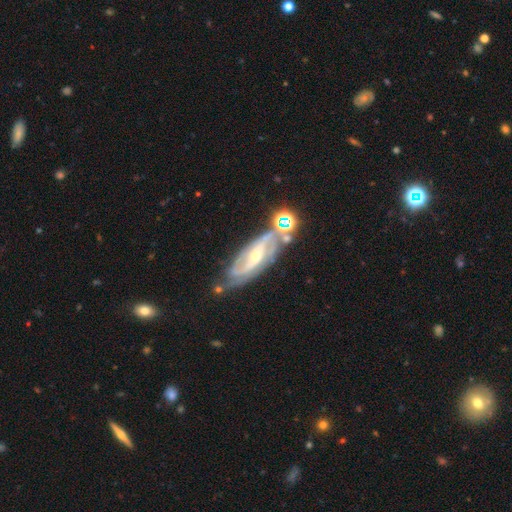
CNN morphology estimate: This appears to be a featured or disk galaxy (85%) with a weak bar (39%), 2 (66%) medium (42%, tied with tight) spiral arms (95%) and a small central bulge (57%). Merging: none (63%).